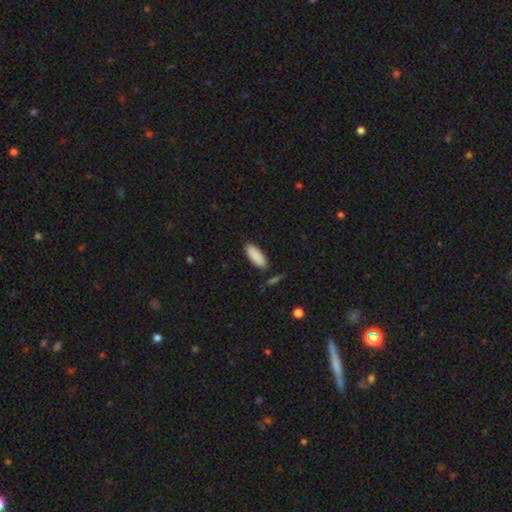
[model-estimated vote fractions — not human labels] Overall: smooth (89%). How rounded: in between (77%). Merging: none (83%).